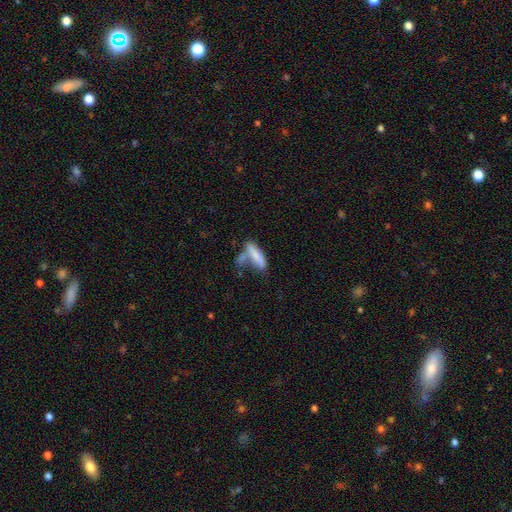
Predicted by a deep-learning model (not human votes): smooth_or_featured: smooth (p=0.76) [alt: featured or disk p=0.16]
how_rounded: cigar-shaped (p=0.66) [alt: in between p=0.32]
merging: none (p=0.40) [alt: merger p=0.30]